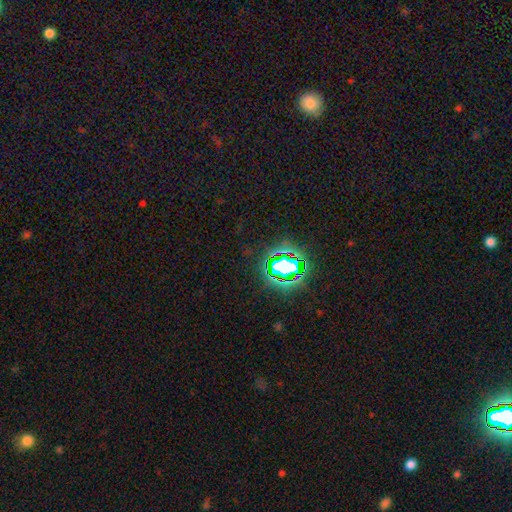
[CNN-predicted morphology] Smooth or featured: star or artifact — 78% (smooth — 14%)